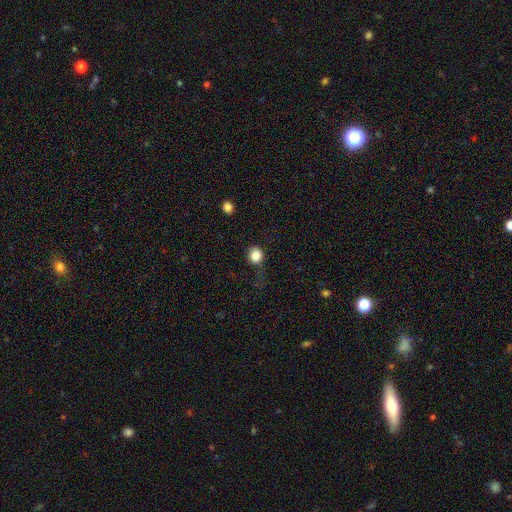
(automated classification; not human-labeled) smooth-or-featured: smooth: 83% | star or artifact: 10% | featured or disk: 6%
  how-rounded: round: 86% | in between: 13% | cigar-shaped: 1%
  merging: none: 60% | minor disturbance: 23% | major disturbance: 15% | merger: 2%